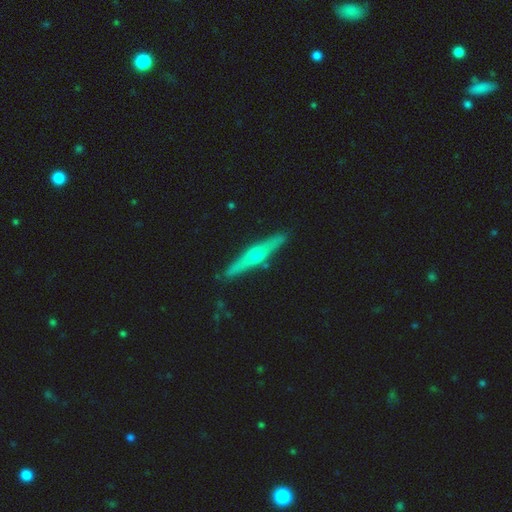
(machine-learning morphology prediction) This is likely a featured or disk galaxy (66%). It is clearly viewed edge-on (95%). Edge-on bulge: clearly rounded (81%). Merging: clearly none (88%).